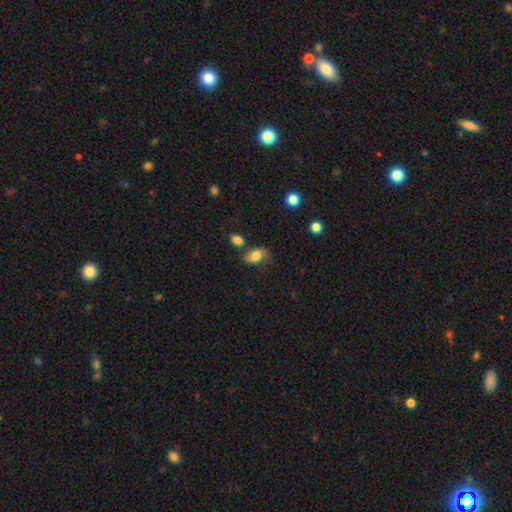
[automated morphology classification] This appears to be a smooth galaxy with no disk features (74%) that is in between round and cigar-shaped (85%). Merging: none (55%).